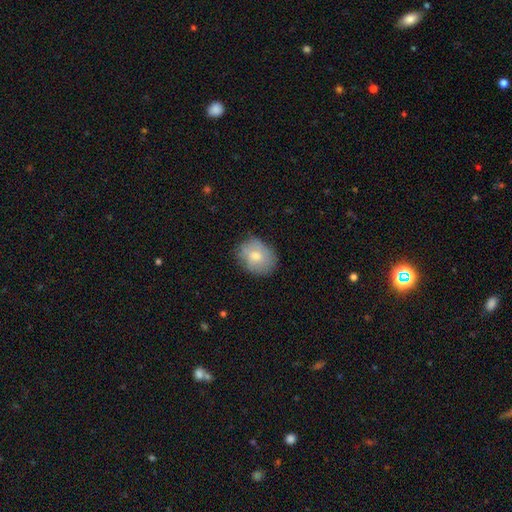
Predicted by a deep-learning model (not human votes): Smooth or featured: smooth — 72% (featured or disk — 20%)
How rounded: round — 53% (in between — 46%)
Merging: none — 74% (minor disturbance — 20%)